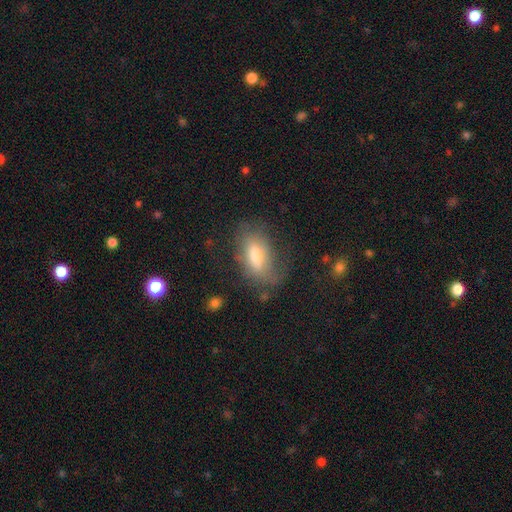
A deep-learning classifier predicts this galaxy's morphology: Smooth or featured? smooth (62%)
How rounded? in between (84%)
Merging? none (55%)